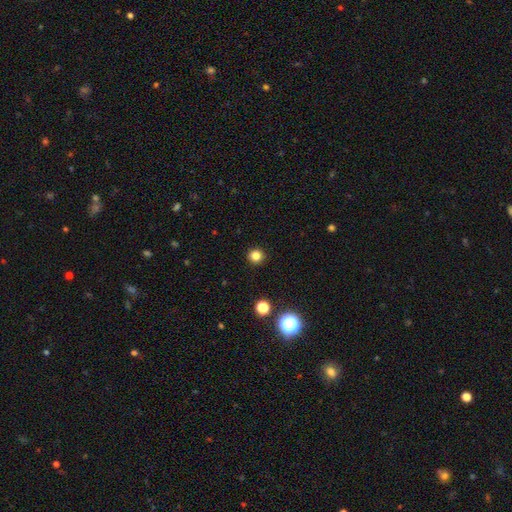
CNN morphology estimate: smooth-or-featured: smooth: 81% | star or artifact: 14% | featured or disk: 5%
  how-rounded: round: 95% | in between: 4% | cigar-shaped: 1%
  merging: none: 93% | minor disturbance: 4% | major disturbance: 2% | merger: 1%